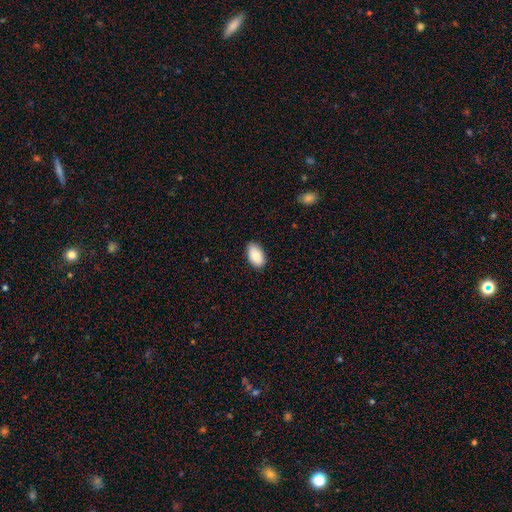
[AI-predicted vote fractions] Smooth or featured? smooth (88%)
How rounded? in between (95%)
Merging? none (86%)